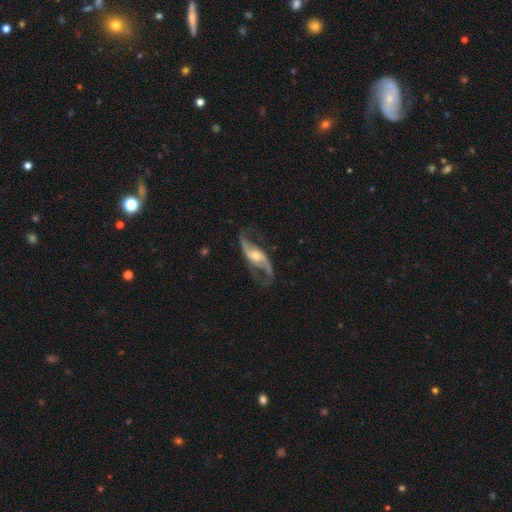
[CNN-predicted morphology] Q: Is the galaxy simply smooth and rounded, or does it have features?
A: featured or disk — 90%.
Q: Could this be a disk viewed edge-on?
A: no — 95%.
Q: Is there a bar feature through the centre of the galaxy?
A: no — 41%.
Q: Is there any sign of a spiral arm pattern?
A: yes — 96%.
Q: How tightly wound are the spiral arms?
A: loose — 72%.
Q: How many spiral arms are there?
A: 2 — 93%.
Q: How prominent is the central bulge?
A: moderate — 57%.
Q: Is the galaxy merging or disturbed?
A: none — 74%.